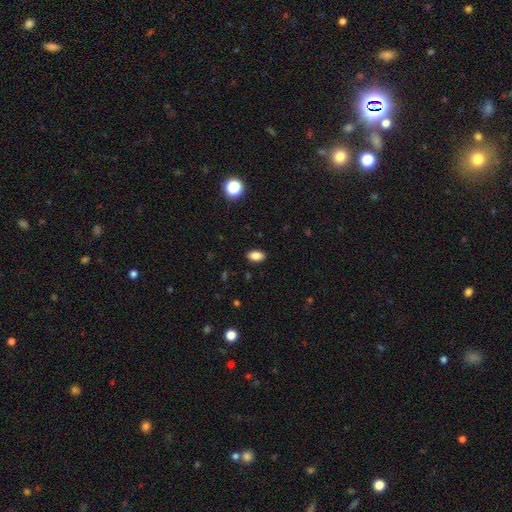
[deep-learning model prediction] This is clearly a smooth galaxy (85%). How rounded: clearly in between (91%). Merging: clearly none (89%).